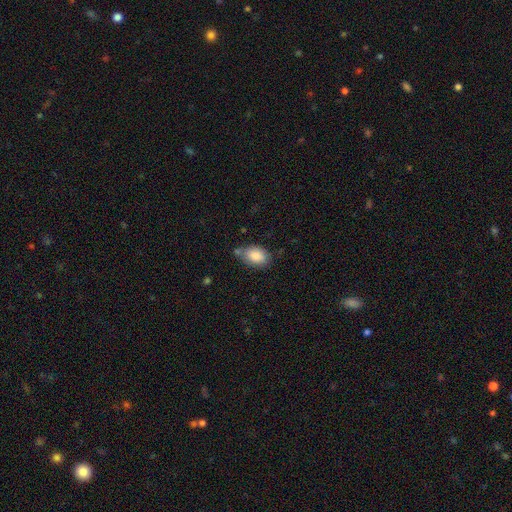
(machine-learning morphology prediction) type=smooth (86%); roundness=in between (89%); merging=none (65%).